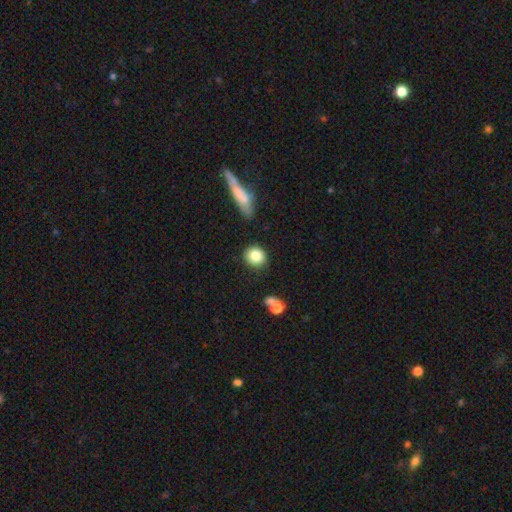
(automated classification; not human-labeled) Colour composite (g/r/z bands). It shows a smooth galaxy with no disk features (86%) that is round (80%). Merging: none (82%).